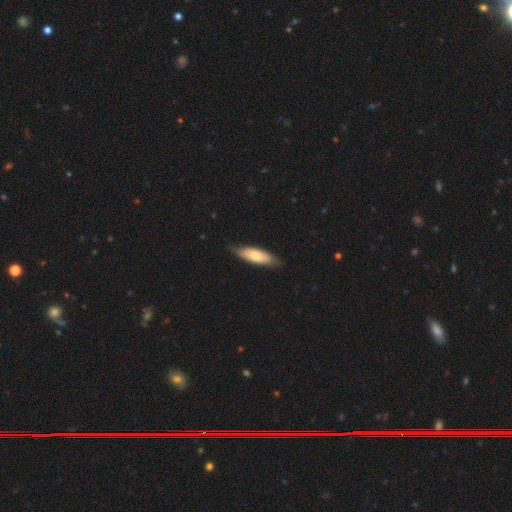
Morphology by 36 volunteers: smooth-or-featured: smooth: 83% | featured or disk: 11% | star or artifact: 6%
  how-rounded: cigar-shaped: 57% | in between: 43% | round: 0%
  merging: none: 79% | minor disturbance: 18% | major disturbance: 3% | merger: 0%